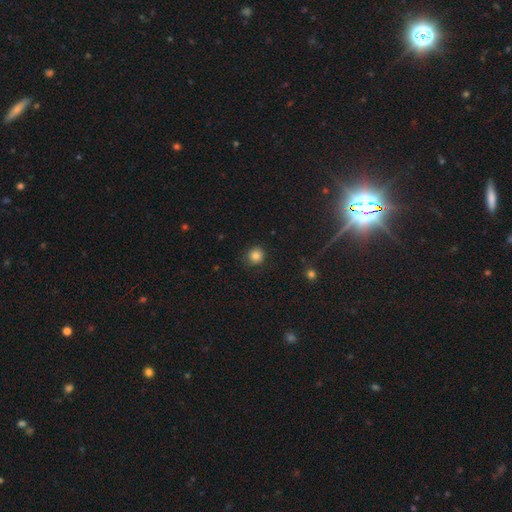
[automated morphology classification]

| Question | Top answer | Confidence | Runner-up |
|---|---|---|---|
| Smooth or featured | smooth | 84% | star or artifact (12%) |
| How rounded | round | 90% | in between (9%) |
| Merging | none | 85% | minor disturbance (11%) |